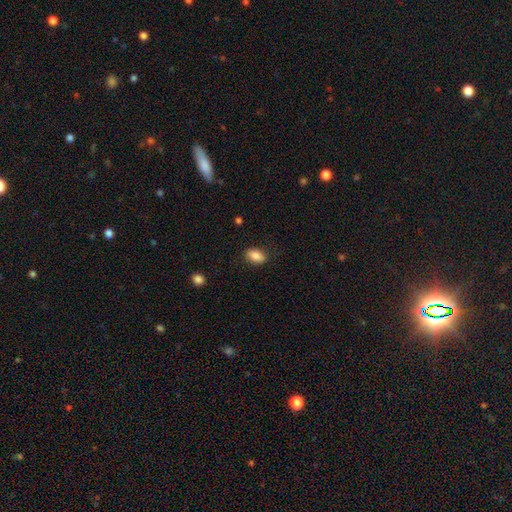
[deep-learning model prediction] Smooth or featured? smooth (86%)
How rounded? in between (88%)
Merging? none (84%)